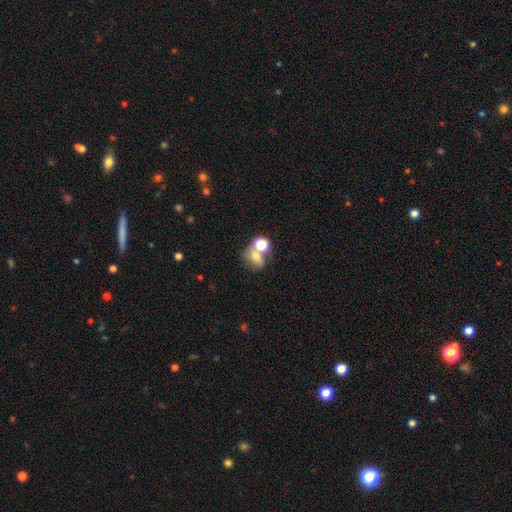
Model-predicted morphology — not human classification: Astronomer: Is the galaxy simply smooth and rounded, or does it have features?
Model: smooth — 61%.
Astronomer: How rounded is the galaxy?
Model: in between — 53% (runner-up: round, 45%).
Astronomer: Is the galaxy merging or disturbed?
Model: merger — 46% (runner-up: none, 35%).